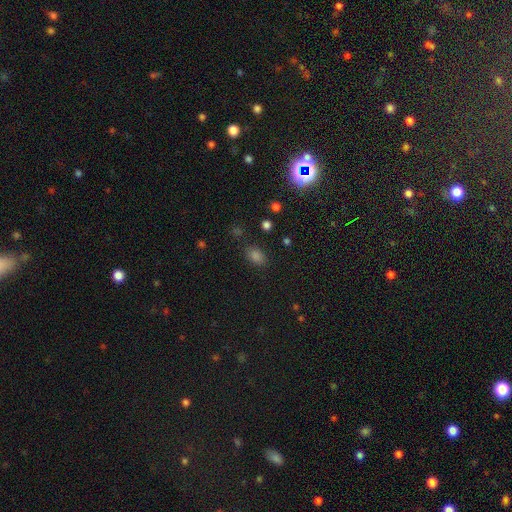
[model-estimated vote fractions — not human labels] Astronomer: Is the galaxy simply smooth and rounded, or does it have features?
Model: smooth — 69%.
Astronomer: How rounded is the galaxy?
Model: in between — 81%.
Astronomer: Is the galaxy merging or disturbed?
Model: none — 83%.